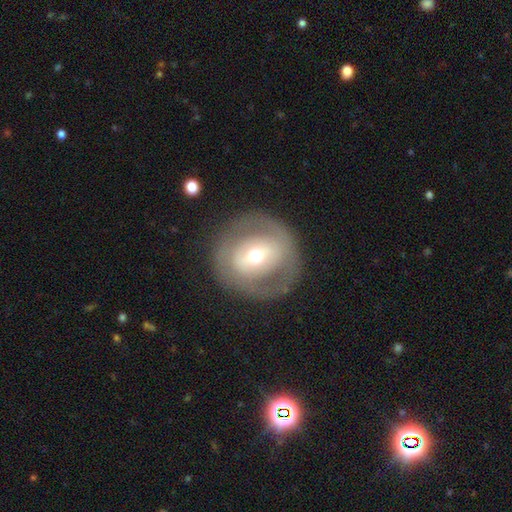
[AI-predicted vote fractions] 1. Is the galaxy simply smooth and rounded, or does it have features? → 57% featured or disk, 36% smooth, 7% star or artifact.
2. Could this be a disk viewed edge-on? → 94% no, 6% yes.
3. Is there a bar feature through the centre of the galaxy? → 44% no, 30% weak, 26% strong.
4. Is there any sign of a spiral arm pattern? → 72% no, 28% yes.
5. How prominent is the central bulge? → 51% moderate, 41% small, 6% large, 1% dominant, 1% none.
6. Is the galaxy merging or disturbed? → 80% none, 11% minor disturbance, 8% major disturbance, 1% merger.